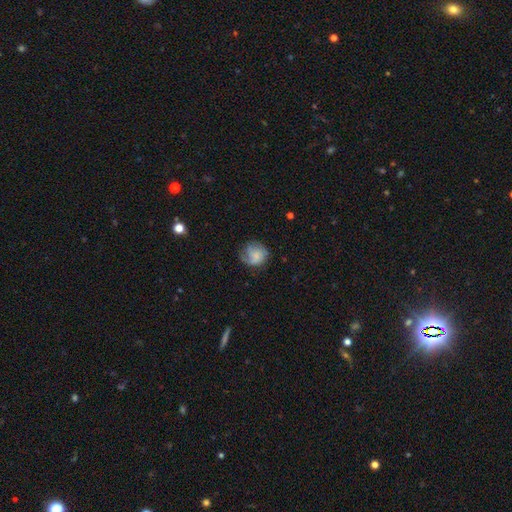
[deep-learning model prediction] smooth 51%, featured or disk 40%, star or artifact 9%. Down the decision tree: how rounded — round (79%); merging — none (56%).